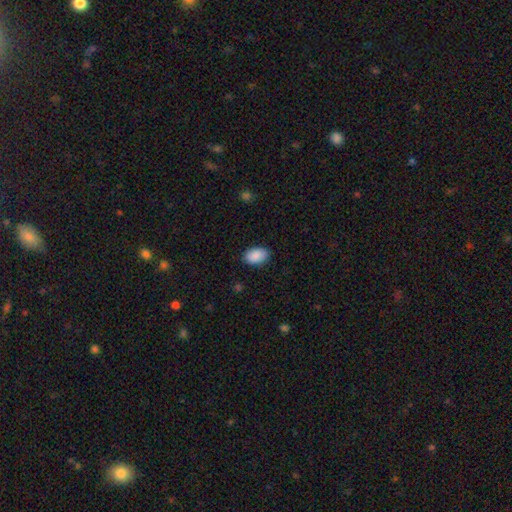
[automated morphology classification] Smooth or featured: smooth — 91% (star or artifact — 6%)
How rounded: in between — 92% (round — 7%)
Merging: none — 87% (minor disturbance — 10%)